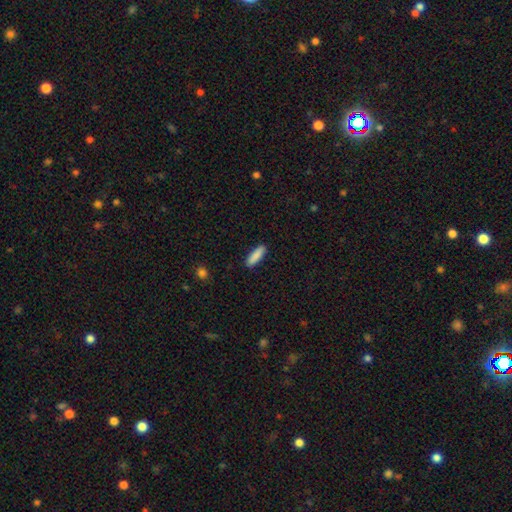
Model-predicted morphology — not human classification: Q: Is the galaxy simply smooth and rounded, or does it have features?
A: smooth — 89%.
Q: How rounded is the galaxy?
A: cigar-shaped — 62%.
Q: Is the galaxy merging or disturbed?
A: none — 90%.